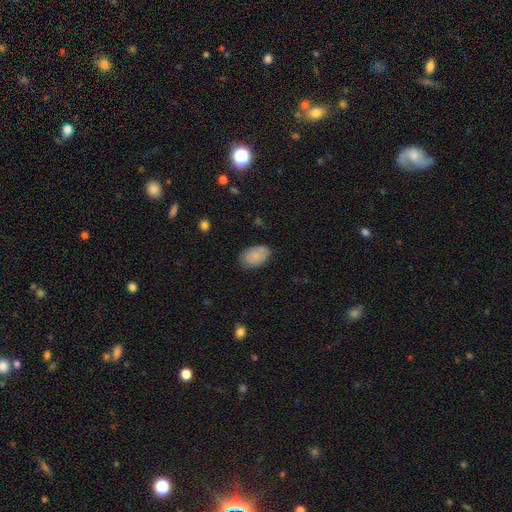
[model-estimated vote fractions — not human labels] A smooth galaxy with no disk features (84%) that is in between round and cigar-shaped (91%).

Vote fractions:
- Smooth or featured? smooth: 84% / featured or disk: 10% / star or artifact: 7%
- How rounded? in between: 91% / round: 8% / cigar-shaped: 1%
- Merging? none: 78% / minor disturbance: 17% / major disturbance: 3% / merger: 1%